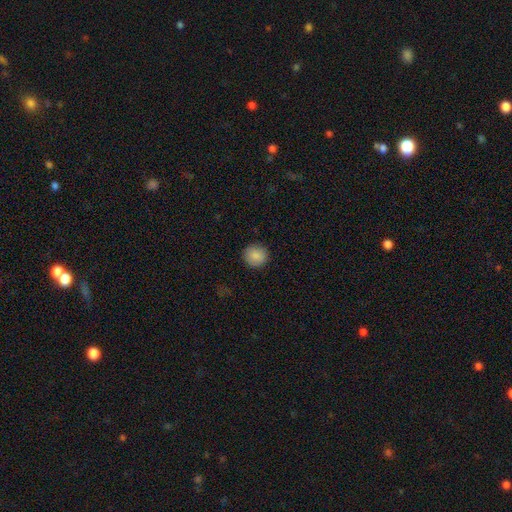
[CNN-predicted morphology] A smooth galaxy with no disk features (87%) that is round (92%). Merging: none (91%).